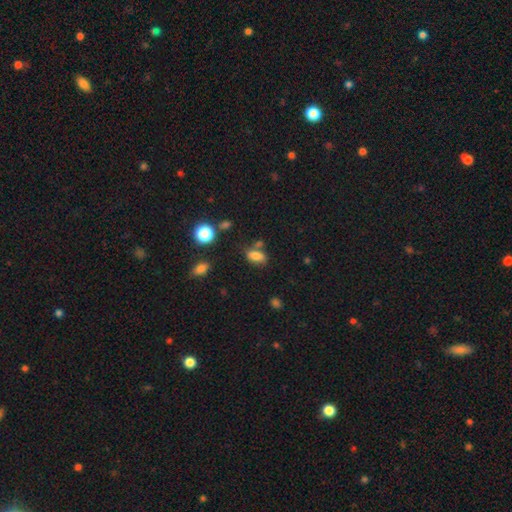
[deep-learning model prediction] Smooth or featured: smooth — 79% (star or artifact — 12%)
How rounded: in between — 84% (round — 9%)
Merging: none — 62% (minor disturbance — 18%)